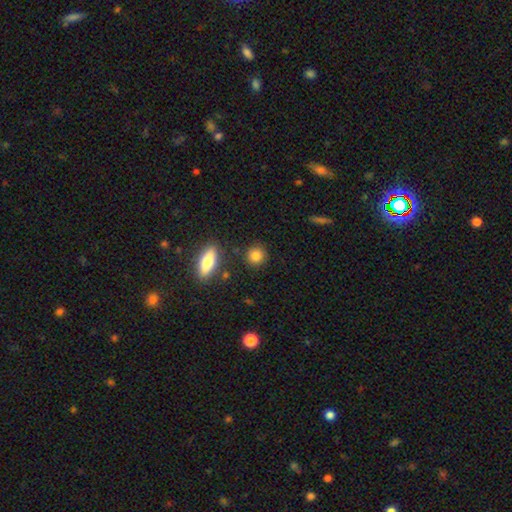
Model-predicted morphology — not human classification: The model was most divided on "how rounded": round: 84%, in between: 13%, cigar-shaped: 2%. More confident: merging — none (85%); smooth or featured — smooth (84%).